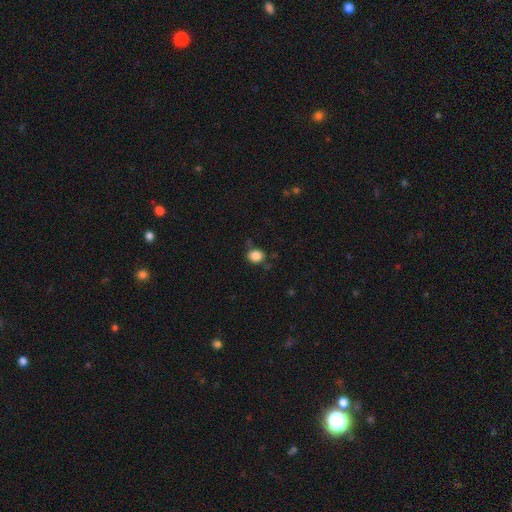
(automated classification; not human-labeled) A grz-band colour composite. It shows a smooth galaxy with no disk features (85%) that is round (66%). Merging: none (75%).